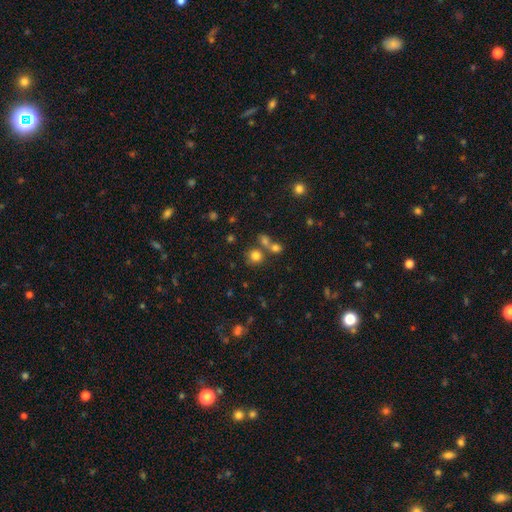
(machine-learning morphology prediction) smooth_or_featured: smooth (p=0.76) [alt: star or artifact p=0.16]
how_rounded: round (p=0.84) [alt: in between p=0.15]
merging: none (p=0.60) [alt: merger p=0.27]